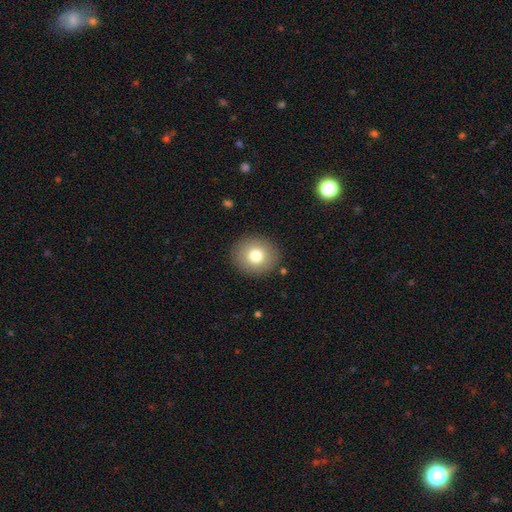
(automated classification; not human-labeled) Smooth or featured? Predicted: smooth (p=0.77). How rounded? Predicted: round (p=0.82). Merging? Predicted: none (p=0.89).